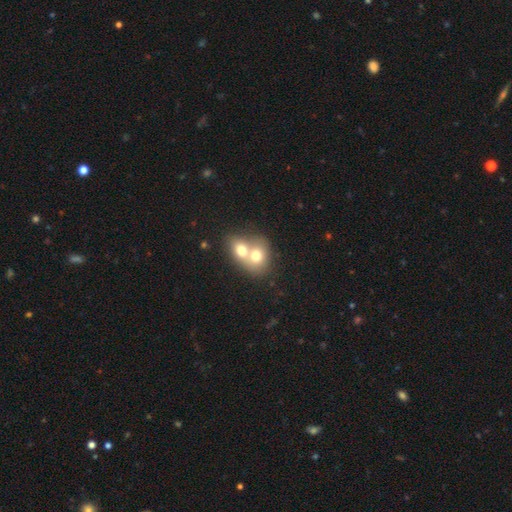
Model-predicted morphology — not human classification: This appears to be a smooth galaxy with no disk features (68%) that is round (52%). Merging: merger (77%).